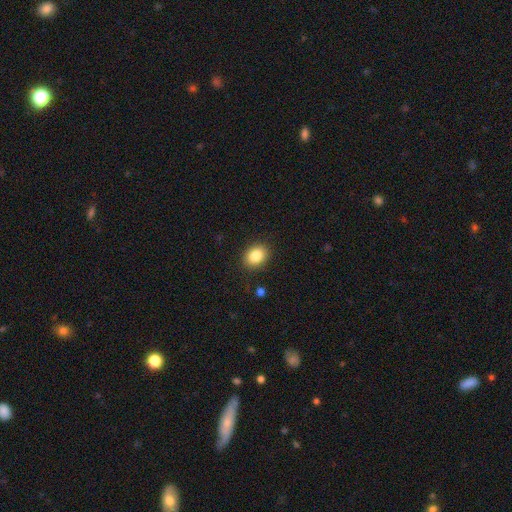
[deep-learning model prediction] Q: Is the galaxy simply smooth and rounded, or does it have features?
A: smooth — 85%.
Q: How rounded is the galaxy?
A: in between — 57%.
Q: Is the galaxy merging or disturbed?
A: none — 88%.